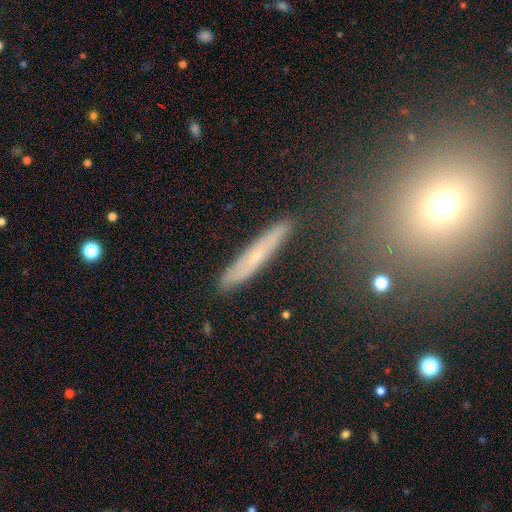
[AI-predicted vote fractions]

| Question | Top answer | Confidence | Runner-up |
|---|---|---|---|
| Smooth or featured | featured or disk | 47% | smooth (44%) |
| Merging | none | 85% | minor disturbance (11%) |